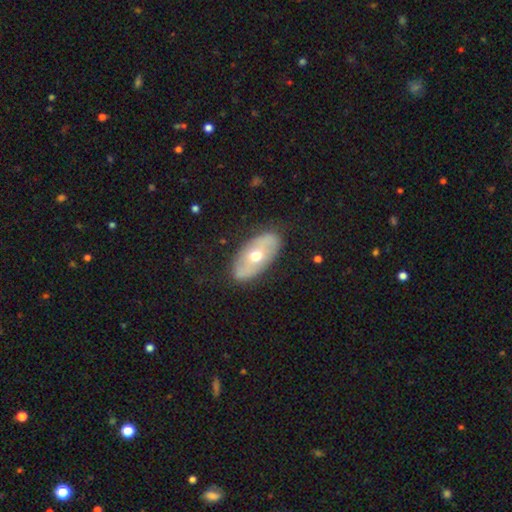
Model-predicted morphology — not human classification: This is possibly a featured or disk galaxy (53%). It is clearly not viewed edge-on (84%). Merging: clearly none (83%).